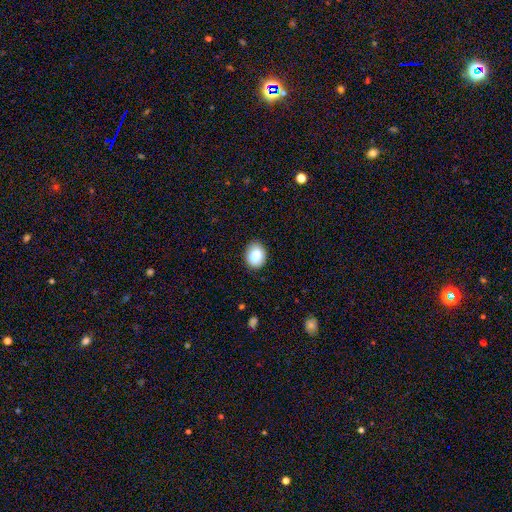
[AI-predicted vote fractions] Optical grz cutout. It shows a smooth galaxy with no disk features (86%) that is in between round and cigar-shaped (58%). Merging: none (87%).